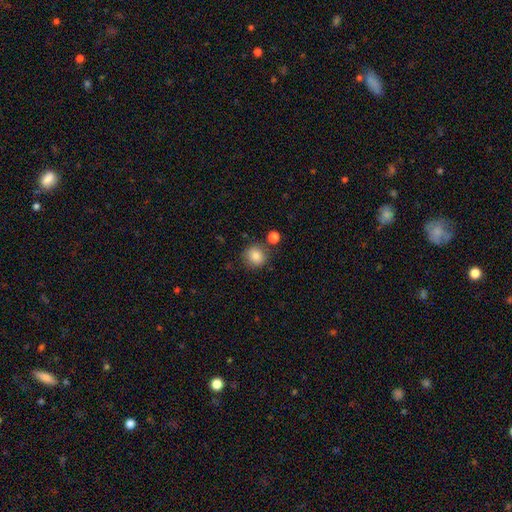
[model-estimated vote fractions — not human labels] Overall: smooth (84%). How rounded: round (90%). Merging: none (80%).